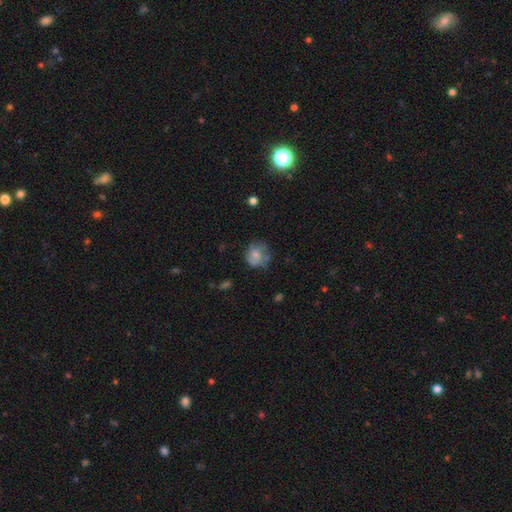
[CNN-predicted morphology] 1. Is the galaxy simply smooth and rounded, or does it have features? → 63% smooth, 27% featured or disk, 9% star or artifact.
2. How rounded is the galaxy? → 75% round, 24% in between, 1% cigar-shaped.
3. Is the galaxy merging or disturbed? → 55% none, 27% minor disturbance, 16% major disturbance, 2% merger.